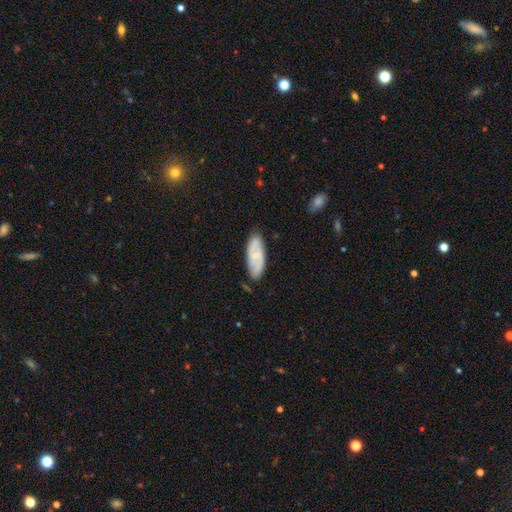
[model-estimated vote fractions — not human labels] Morphology: type=featured or disk (54%); edge-on=no (89%); merging=none (78%).